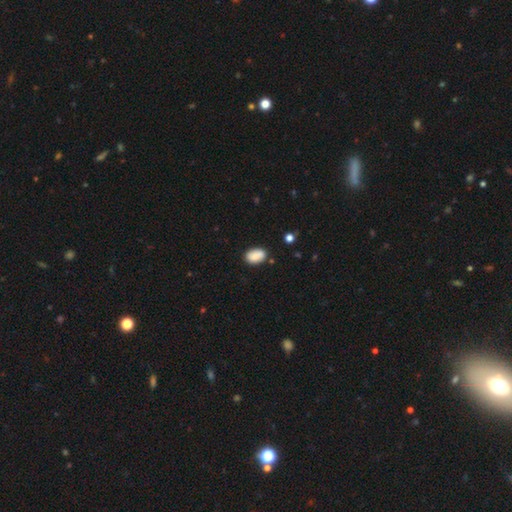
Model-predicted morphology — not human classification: Smooth or featured? Predicted: smooth (p=0.88). How rounded? Predicted: in between (p=0.91). Merging? Predicted: none (p=0.79).